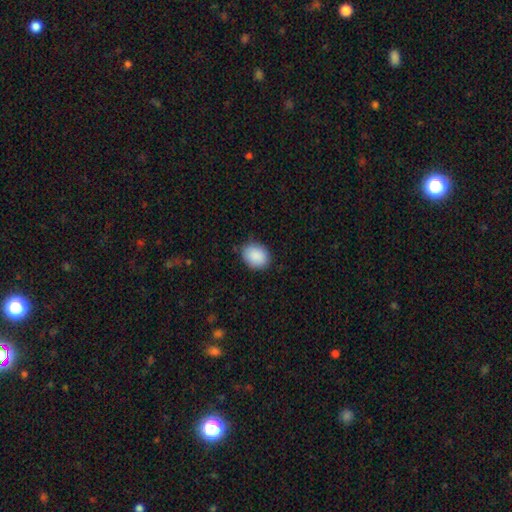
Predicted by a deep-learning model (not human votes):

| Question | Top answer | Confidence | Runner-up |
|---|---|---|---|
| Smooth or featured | smooth | 90% | star or artifact (7%) |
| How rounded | in between | 56% | round (43%) |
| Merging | none | 82% | minor disturbance (15%) |